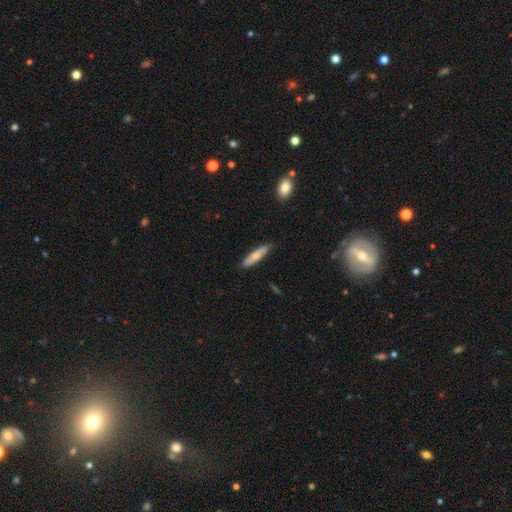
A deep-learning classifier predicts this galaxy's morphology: smooth-or-featured: smooth: 66% | featured or disk: 28% | star or artifact: 6%
  how-rounded: cigar-shaped: 79% | in between: 19% | round: 2%
  merging: none: 83% | minor disturbance: 14% | major disturbance: 2% | merger: 1%